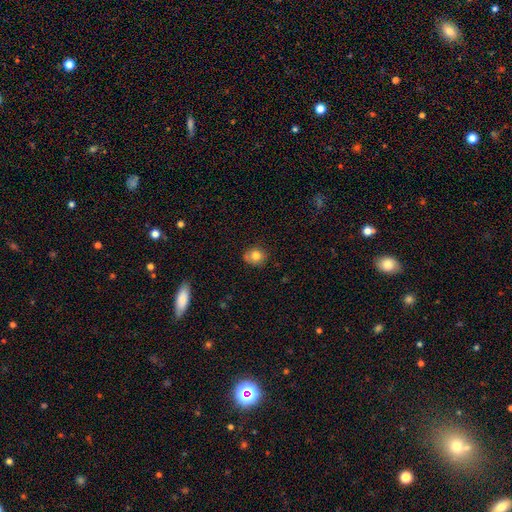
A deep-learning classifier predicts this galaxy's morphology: Smooth or featured?
  - smooth: 80% *
  - star or artifact: 10%
  - featured or disk: 10%
How rounded?
  - round: 72% *
  - in between: 27%
  - cigar-shaped: 1%
Merging?
  - none: 71% *
  - minor disturbance: 22%
  - major disturbance: 4%
  - merger: 3%